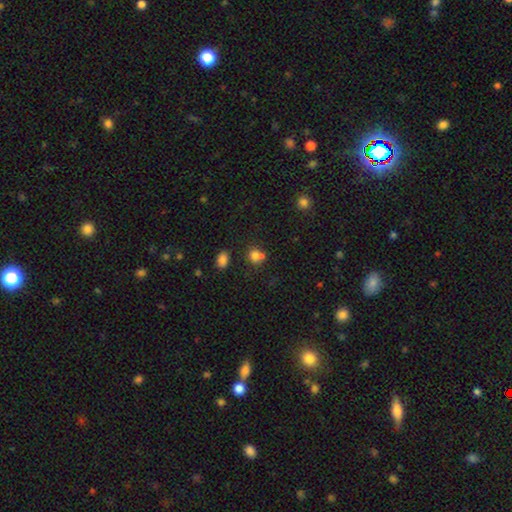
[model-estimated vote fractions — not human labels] smooth_or_featured: smooth (p=0.76) [alt: star or artifact p=0.14]
how_rounded: round (p=0.69) [alt: in between p=0.30]
merging: none (p=0.45) [alt: merger p=0.36]